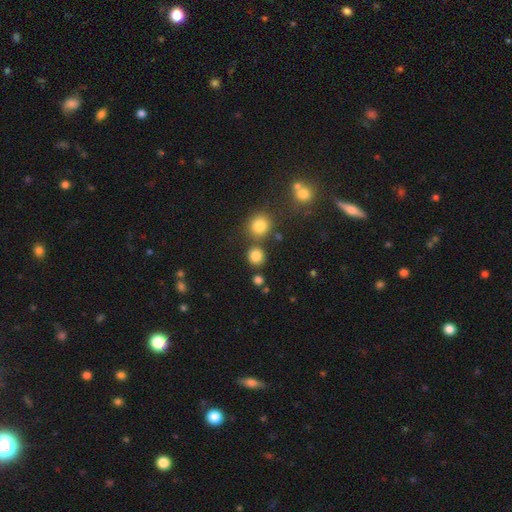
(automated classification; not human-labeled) Smooth or featured? Predicted: smooth (p=0.82). How rounded? Predicted: round (p=0.90). Merging? Predicted: none (p=0.78).